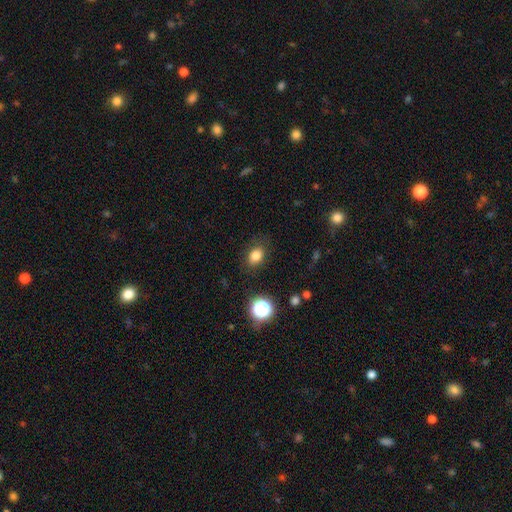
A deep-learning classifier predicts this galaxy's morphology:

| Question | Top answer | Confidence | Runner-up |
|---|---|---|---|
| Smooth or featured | smooth | 81% | star or artifact (12%) |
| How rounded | in between | 69% | round (30%) |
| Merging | none | 82% | minor disturbance (12%) |